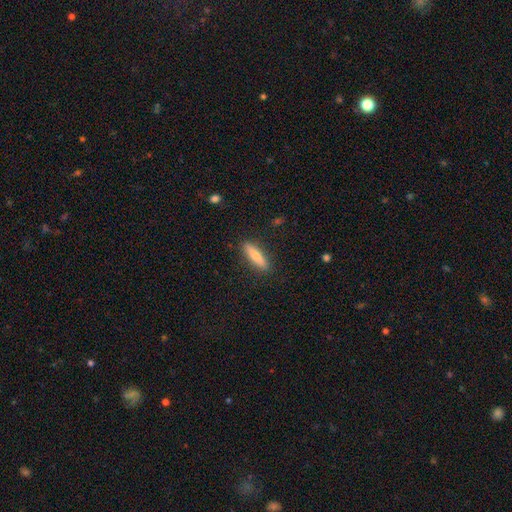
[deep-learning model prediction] smooth 69%, featured or disk 25%, star or artifact 6%. Down the decision tree: how rounded — cigar-shaped (75%); merging — none (89%).